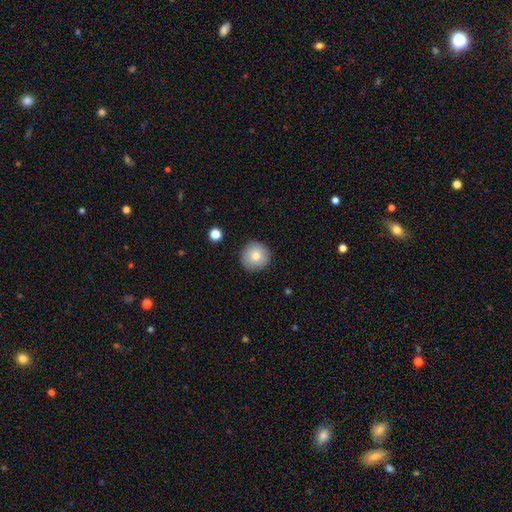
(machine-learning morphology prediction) Smooth or featured?
  - smooth: 80% *
  - featured or disk: 12%
  - star or artifact: 8%
How rounded?
  - round: 94% *
  - in between: 5%
  - cigar-shaped: 1%
Merging?
  - none: 89% *
  - minor disturbance: 8%
  - major disturbance: 2%
  - merger: 1%